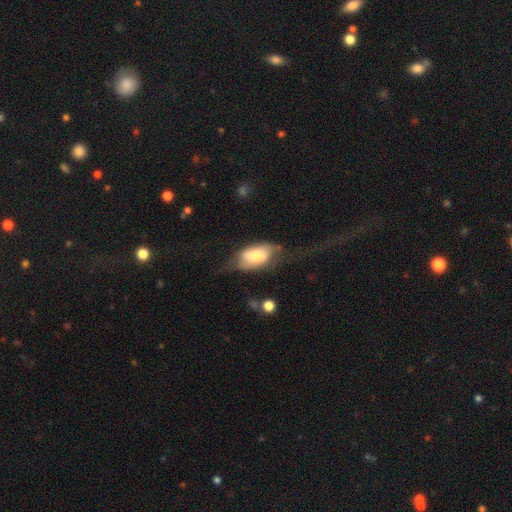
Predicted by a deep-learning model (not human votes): This is likely a smooth galaxy (64%). How rounded: clearly in between (92%). Merging: marginally major disturbance (34%, tied with none).